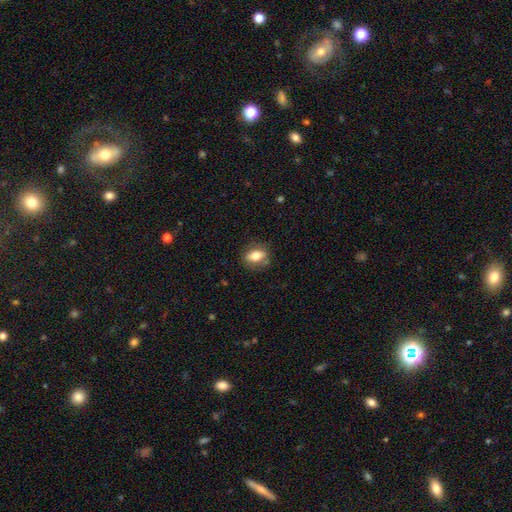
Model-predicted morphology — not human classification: Smooth or featured? Predicted: smooth (p=0.71). How rounded? Predicted: in between (p=0.74). Merging? Predicted: none (p=0.80).